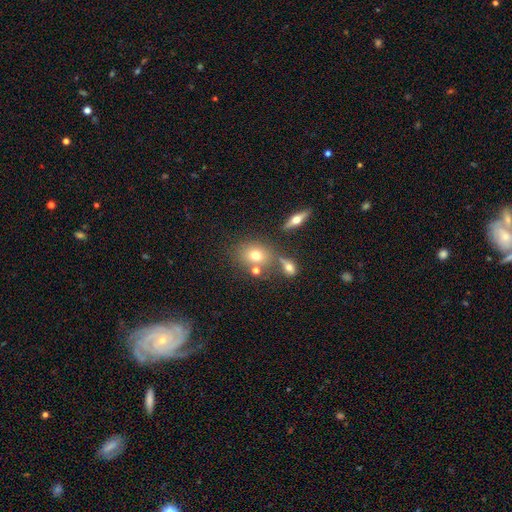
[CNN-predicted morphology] The model was most divided on "how rounded": round: 54%, in between: 44%, cigar-shaped: 2%. More confident: smooth or featured — smooth (68%); merging — none (60%).